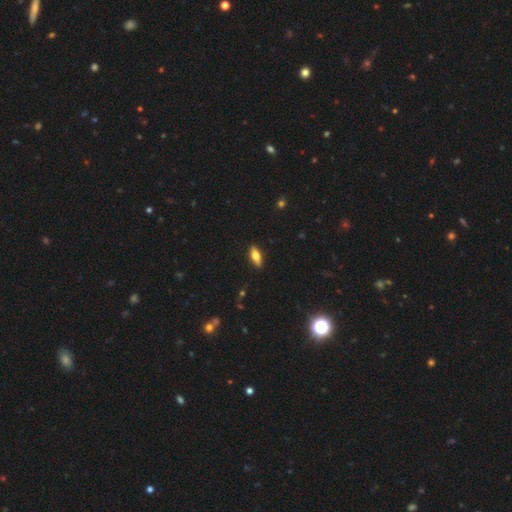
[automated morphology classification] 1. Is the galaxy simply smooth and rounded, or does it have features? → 69% smooth, 23% featured or disk, 7% star or artifact.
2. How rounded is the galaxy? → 71% in between, 26% cigar-shaped, 3% round.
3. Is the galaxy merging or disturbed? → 89% none, 8% minor disturbance, 2% major disturbance, 1% merger.